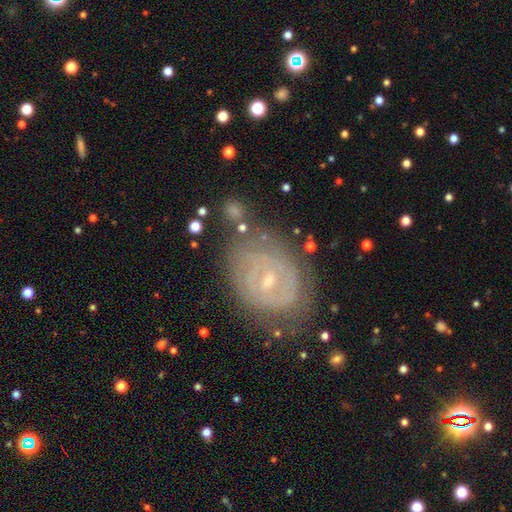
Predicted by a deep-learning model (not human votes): This is likely a featured or disk galaxy (75%). It is clearly not viewed edge-on (96%). Bar: possibly weak (48%). Spiral arm pattern: clearly yes (86%). Spiral arm count: marginally can't tell (41%). Spiral winding: likely tight (72%). Central bulge: likely small (72%). Merging: likely none (70%).